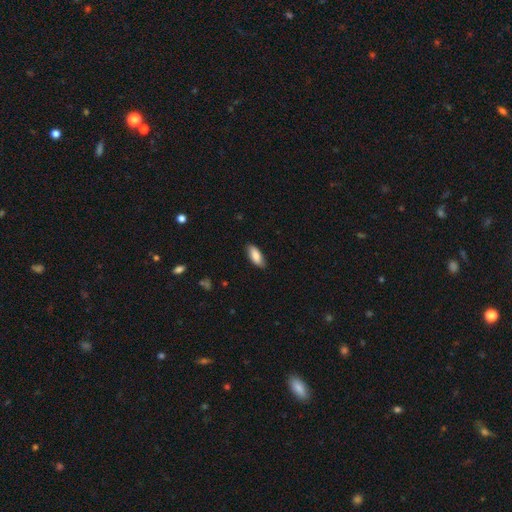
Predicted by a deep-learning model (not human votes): Overall: smooth (84%). How rounded: in between (83%). Merging: none (84%).